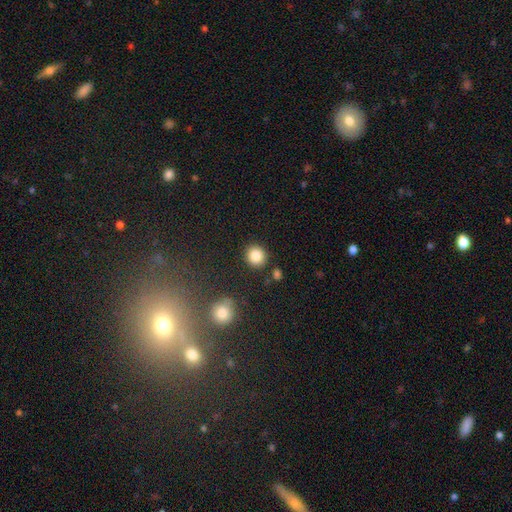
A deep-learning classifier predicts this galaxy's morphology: Smooth or featured?
  - smooth: 86% *
  - star or artifact: 10%
  - featured or disk: 5%
How rounded?
  - round: 90% *
  - in between: 9%
  - cigar-shaped: 1%
Merging?
  - none: 88% *
  - minor disturbance: 7%
  - merger: 3%
  - major disturbance: 2%